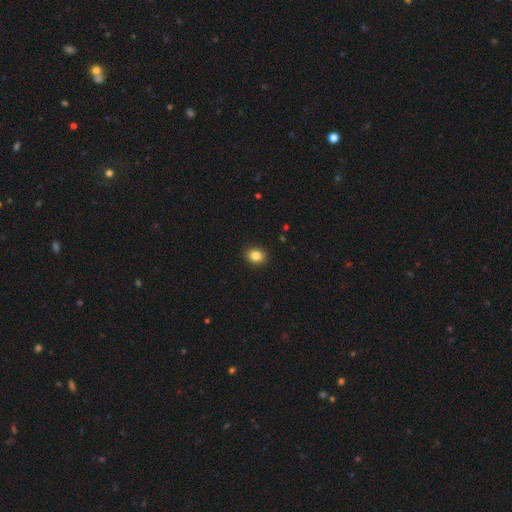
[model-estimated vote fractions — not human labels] Smooth or featured? Predicted: smooth (p=0.84). How rounded? Predicted: round (p=0.52). Merging? Predicted: none (p=0.90).